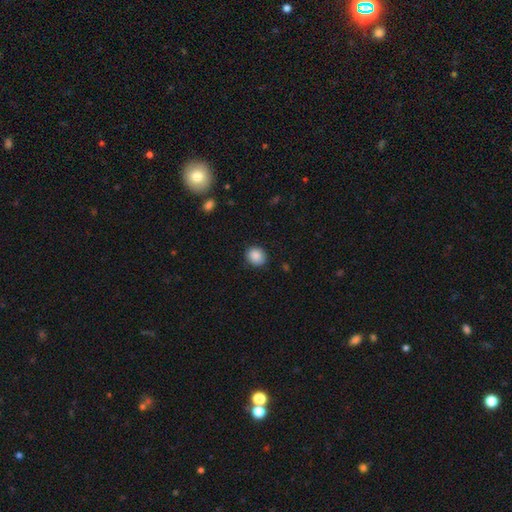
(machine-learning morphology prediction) This appears to be a smooth galaxy with no disk features (88%) that is round (72%). Merging: none (86%).